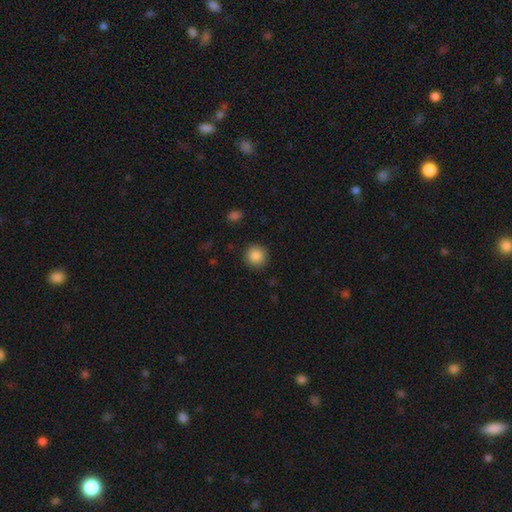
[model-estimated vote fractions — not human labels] Smooth or featured? smooth (87%)
How rounded? round (94%)
Merging? none (91%)